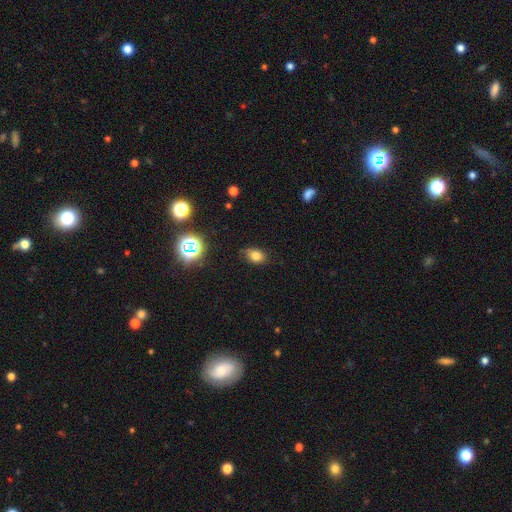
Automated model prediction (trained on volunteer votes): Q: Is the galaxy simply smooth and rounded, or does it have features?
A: smooth — 77%.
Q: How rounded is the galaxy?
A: in between — 70%.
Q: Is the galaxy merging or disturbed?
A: none — 75%.